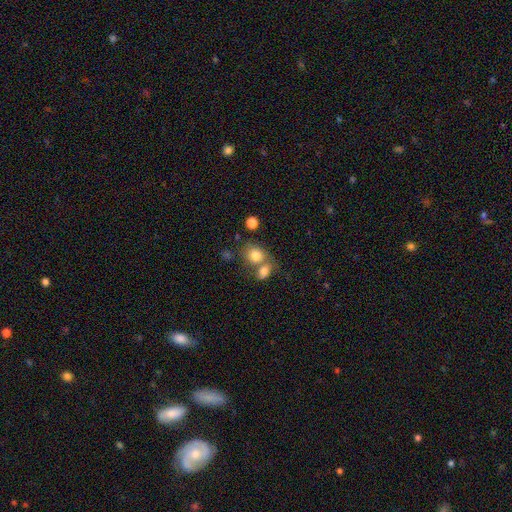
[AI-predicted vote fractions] Smooth or featured: smooth — 80% (featured or disk — 11%)
How rounded: round — 55% (in between — 44%)
Merging: merger — 46% (none — 39%)